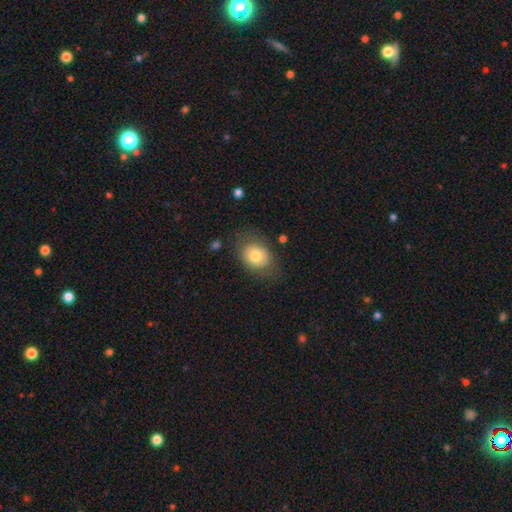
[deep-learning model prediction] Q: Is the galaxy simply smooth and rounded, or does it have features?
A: smooth — 73%.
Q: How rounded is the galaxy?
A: in between — 56%.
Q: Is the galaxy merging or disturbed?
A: none — 71%.